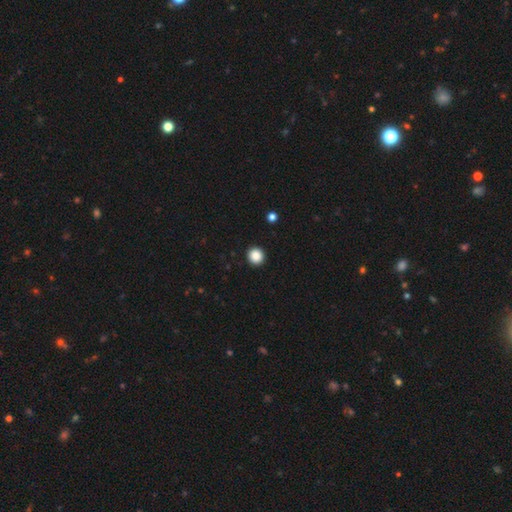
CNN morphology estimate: This appears to be a smooth galaxy with no disk features (87%) that is round (92%). Merging: none (93%).